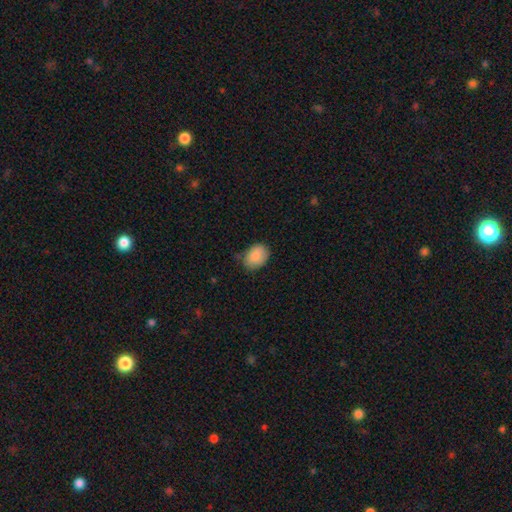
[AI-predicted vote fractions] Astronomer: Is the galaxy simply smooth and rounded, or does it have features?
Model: smooth — 88%.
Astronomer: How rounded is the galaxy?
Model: in between — 72%.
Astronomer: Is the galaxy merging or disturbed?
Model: none — 70%.